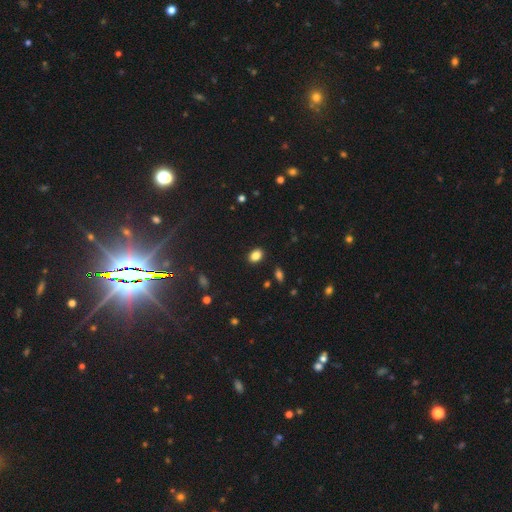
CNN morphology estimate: Q: Smooth or featured?
A: smooth (85%); runner-up: star or artifact (10%)
Q: How rounded?
A: in between (76%); runner-up: round (23%)
Q: Merging?
A: none (89%); runner-up: minor disturbance (8%)